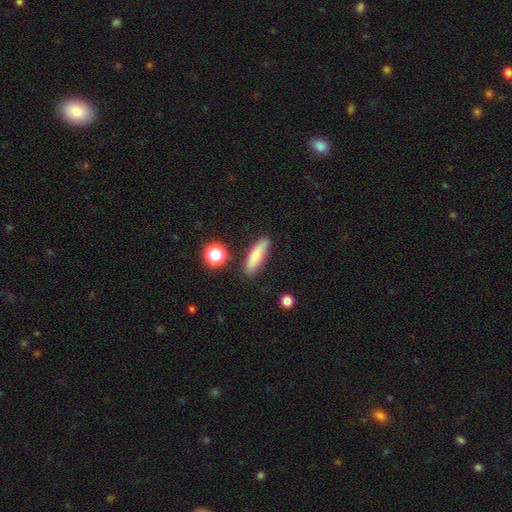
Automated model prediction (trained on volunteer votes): This is likely a smooth galaxy (71%). How rounded: possibly cigar-shaped (57%). Merging: clearly none (84%).